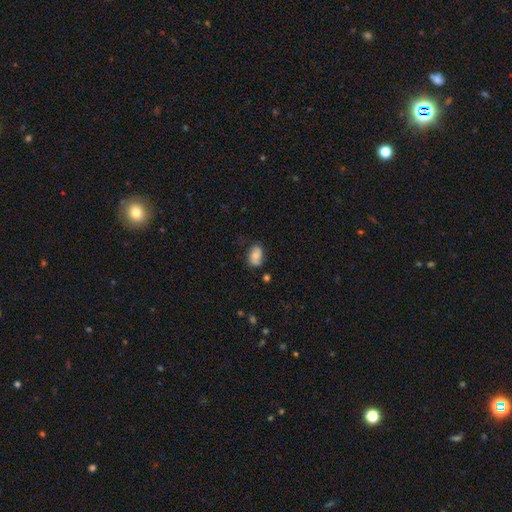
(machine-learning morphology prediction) The model was most divided on "merging": none: 58%, minor disturbance: 30%, major disturbance: 9%, merger: 3%. More confident: how rounded — in between (85%); smooth or featured — smooth (72%).